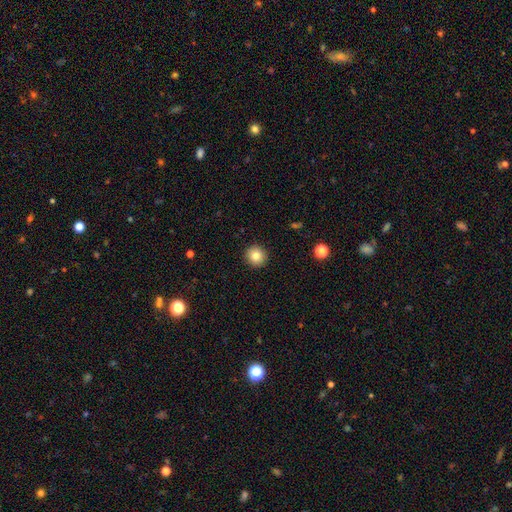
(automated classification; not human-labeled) Overall: smooth (82%). How rounded: round (94%). Merging: none (92%).